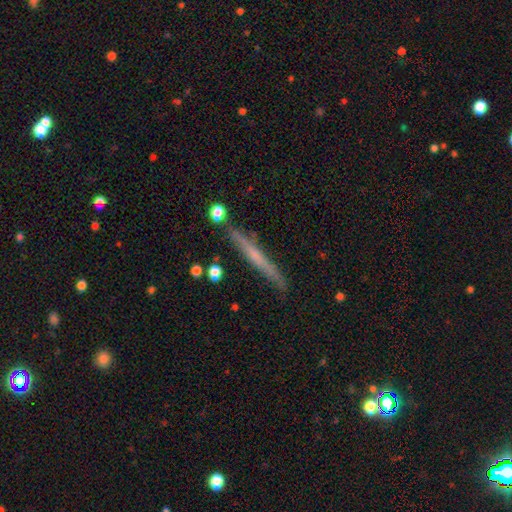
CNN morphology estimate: smooth-or-featured: featured or disk: 56% | smooth: 37% | star or artifact: 7%
  disk-edge-on: yes: 96% | no: 4%
    edge-on-bulge: none: 61% | rounded: 33% | boxy: 6%
  merging: none: 85% | minor disturbance: 10% | merger: 3% | major disturbance: 2%